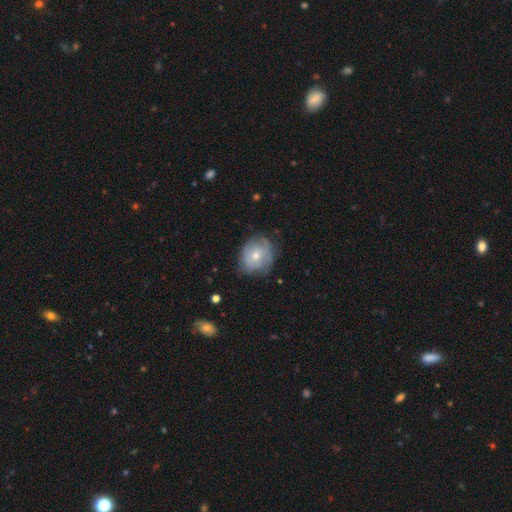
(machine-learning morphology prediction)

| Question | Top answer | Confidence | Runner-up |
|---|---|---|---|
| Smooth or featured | smooth | 51% | featured or disk (41%) |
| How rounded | round | 73% | in between (26%) |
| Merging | none | 64% | minor disturbance (27%) |